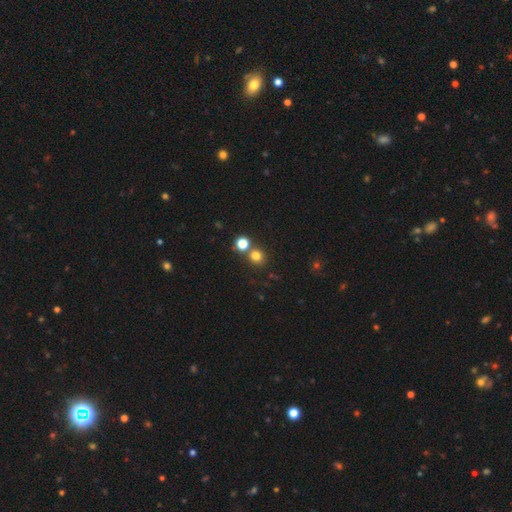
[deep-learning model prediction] Smooth or featured? smooth (76%)
How rounded? round (88%)
Merging? none (70%)